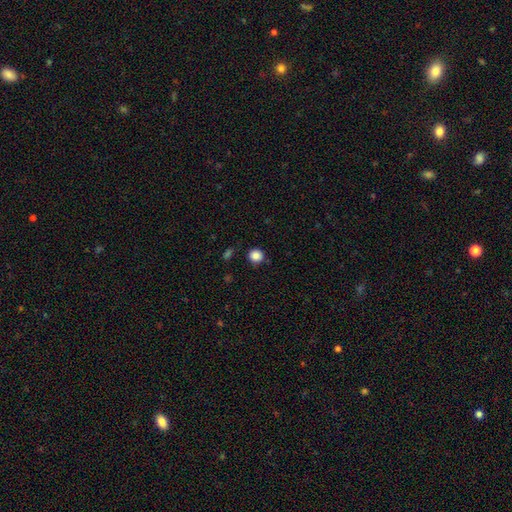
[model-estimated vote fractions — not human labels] Smooth or featured?
  - smooth: 86% *
  - star or artifact: 10%
  - featured or disk: 4%
How rounded?
  - round: 91% *
  - in between: 8%
  - cigar-shaped: 1%
Merging?
  - none: 87% *
  - minor disturbance: 9%
  - major disturbance: 2%
  - merger: 2%